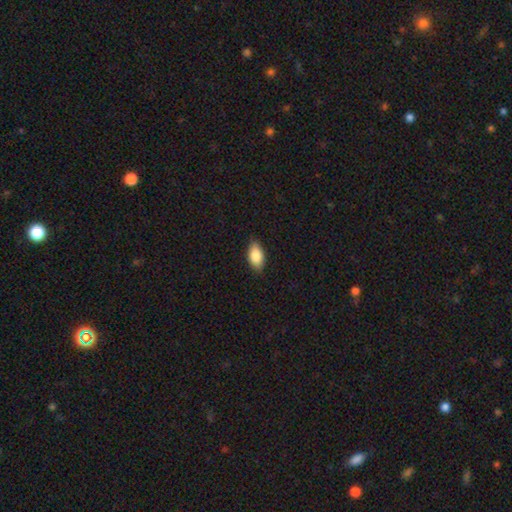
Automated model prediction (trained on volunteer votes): A smooth galaxy with no disk features (85%) that is in between round and cigar-shaped (92%).

Vote fractions:
- Smooth or featured? smooth: 85% / featured or disk: 8% / star or artifact: 7%
- How rounded? in between: 92% / cigar-shaped: 4% / round: 3%
- Merging? none: 87% / minor disturbance: 11% / major disturbance: 2% / merger: 1%